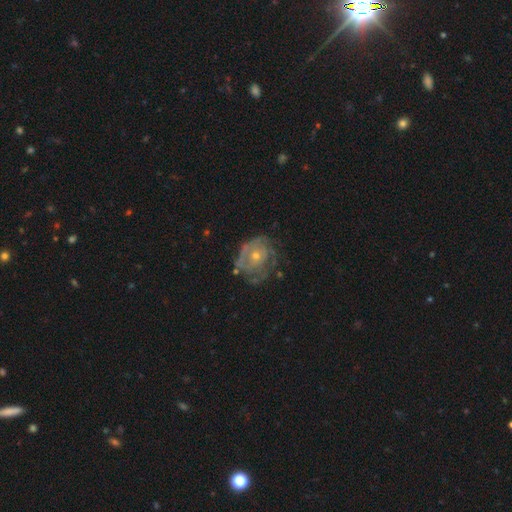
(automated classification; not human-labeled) A featured or disk galaxy (75%) with no bar (82%), tight (63%) spiral arms (77%) and a small central bulge (57%).

Vote fractions:
- Smooth or featured? featured or disk: 75% / smooth: 16% / star or artifact: 9%
- Edge-on disk? no: 97% / yes: 3%
- Bar? no: 82% / weak: 15% / strong: 3%
- Spiral arms? yes: 77% / no: 23%
- Spiral winding? tight: 63% / medium: 27% / loose: 10%
- Spiral arm count? can't tell: 49% / 2: 19% / 3: 15% / 4: 7% / 1: 6% / more than 4: 4%
- Bulge size? small: 57% / moderate: 40% / none: 1% / large: 1% / dominant: 1%
- Merging? none: 61% / minor disturbance: 23% / major disturbance: 14% / merger: 2%